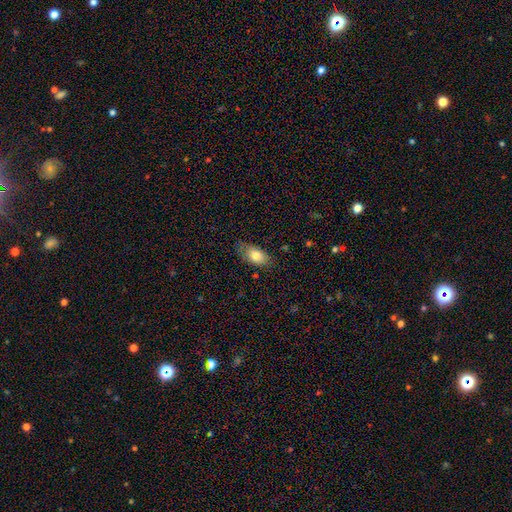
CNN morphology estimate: smooth 80%, featured or disk 13%, star or artifact 8%. Down the decision tree: how rounded — in between (90%); merging — none (71%).